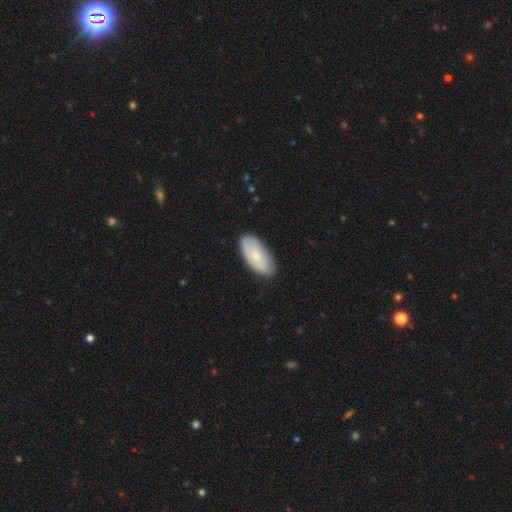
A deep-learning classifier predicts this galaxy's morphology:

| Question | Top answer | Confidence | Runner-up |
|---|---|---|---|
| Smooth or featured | smooth | 68% | featured or disk (26%) |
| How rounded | in between | 94% | cigar-shaped (4%) |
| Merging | none | 83% | minor disturbance (14%) |